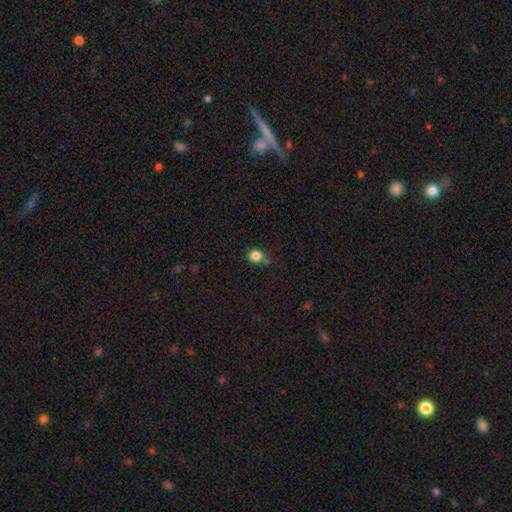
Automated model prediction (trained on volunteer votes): Q: Smooth or featured?
A: smooth (83%); runner-up: star or artifact (12%)
Q: How rounded?
A: round (77%); runner-up: in between (22%)
Q: Merging?
A: none (64%); runner-up: minor disturbance (18%)